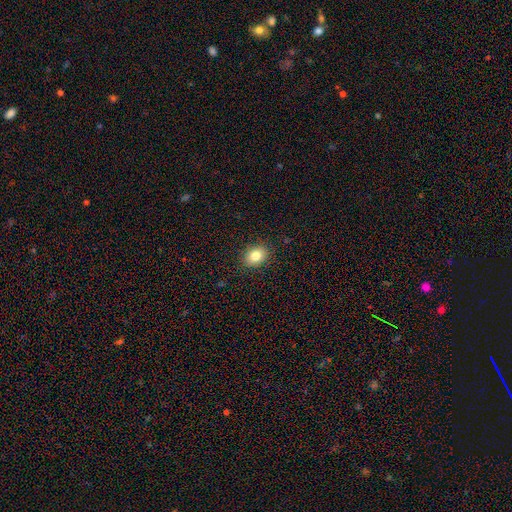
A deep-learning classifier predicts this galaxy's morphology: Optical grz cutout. It shows a smooth galaxy with no disk features (82%) that is in between round and cigar-shaped (67%). Merging: none (89%).